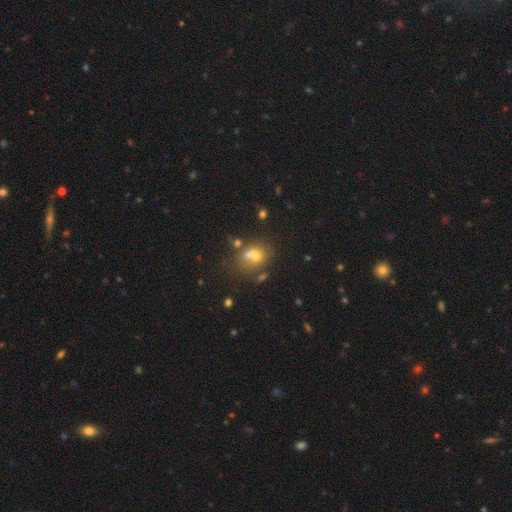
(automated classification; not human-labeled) The model was most divided on "merging": merger: 43%, none: 35%, minor disturbance: 13%, major disturbance: 9%. More confident: smooth or featured — smooth (57%); how rounded — round (54%).